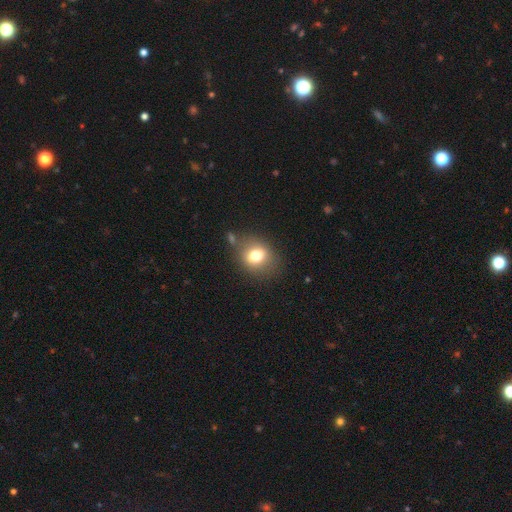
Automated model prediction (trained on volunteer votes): Smooth or featured? Predicted: smooth (p=0.72). How rounded? Predicted: round (p=0.55). Merging? Predicted: none (p=0.74).